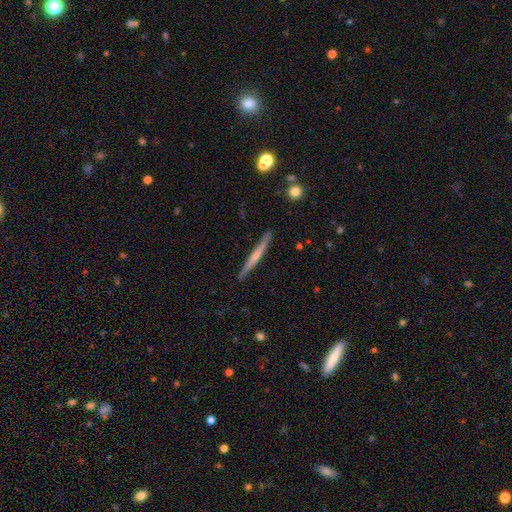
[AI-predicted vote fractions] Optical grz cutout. It shows a featured or disk galaxy (56%) viewed edge-on (96%) with no central bulge (51%). Merging: none (88%).